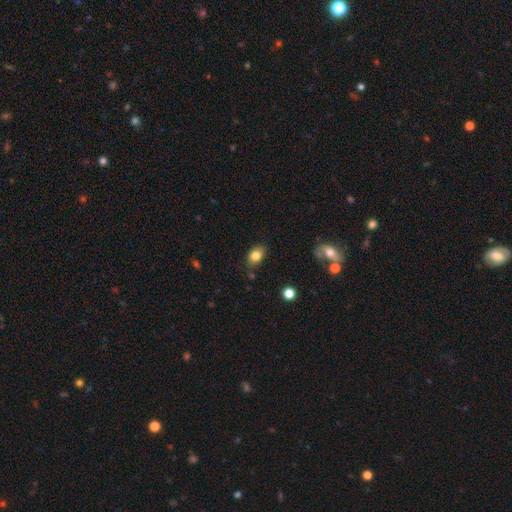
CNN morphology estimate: Smooth or featured?
  - smooth: 82% *
  - star or artifact: 9%
  - featured or disk: 9%
How rounded?
  - in between: 76% *
  - round: 23%
  - cigar-shaped: 1%
Merging?
  - none: 78% *
  - minor disturbance: 16%
  - major disturbance: 3%
  - merger: 3%